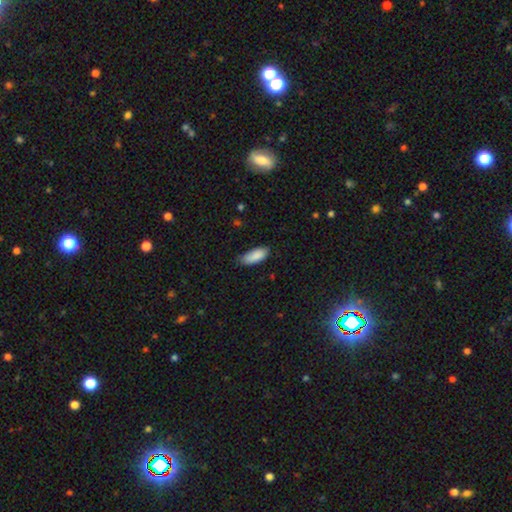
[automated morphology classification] smooth 88%, star or artifact 6%, featured or disk 5%. Down the decision tree: how rounded — in between (80%); merging — none (69%).